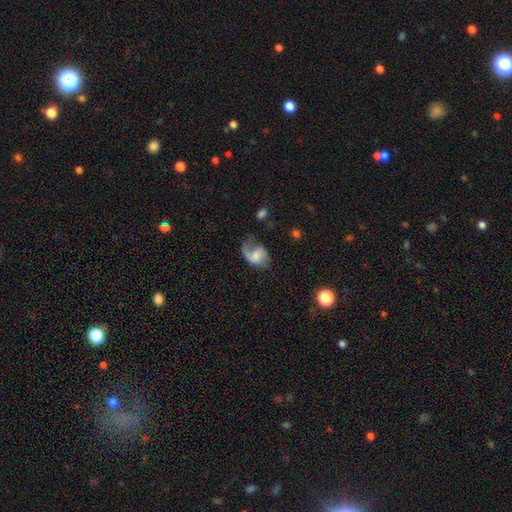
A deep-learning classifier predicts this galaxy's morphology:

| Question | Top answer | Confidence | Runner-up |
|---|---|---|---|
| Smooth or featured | featured or disk | 62% | smooth (30%) |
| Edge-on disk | no | 97% | yes (3%) |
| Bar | no | 51% | weak (40%) |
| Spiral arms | yes | 89% | no (11%) |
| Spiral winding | loose | 59% | medium (32%) |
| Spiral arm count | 2 | 49% | 1 (45%) |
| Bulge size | moderate | 34% | small (27%) |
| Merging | none | 38% | major disturbance (33%) |